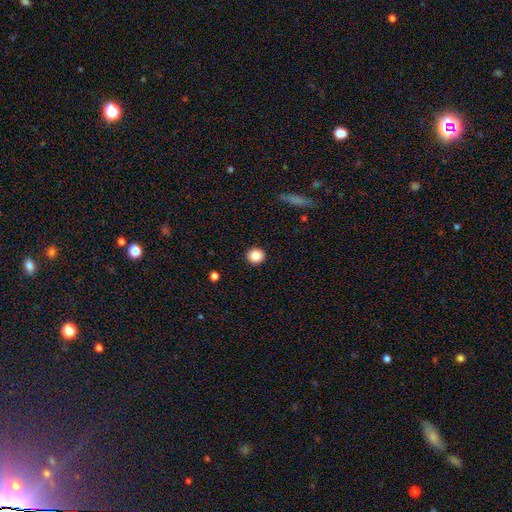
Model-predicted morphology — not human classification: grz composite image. It shows a smooth galaxy with no disk features (86%) that is round (89%). Merging: none (92%).